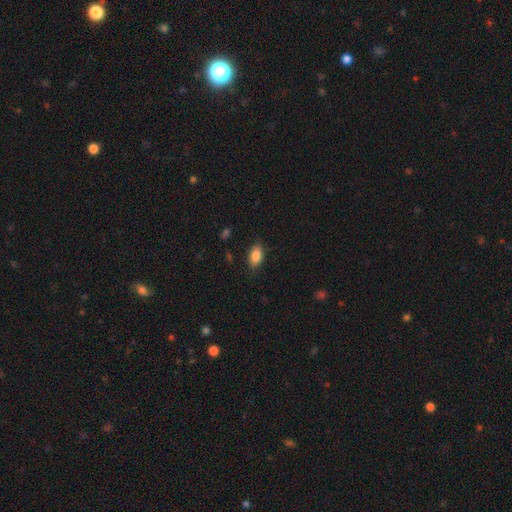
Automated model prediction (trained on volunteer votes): smooth 85%, star or artifact 8%, featured or disk 7%. Down the decision tree: how rounded — in between (90%); merging — none (83%).